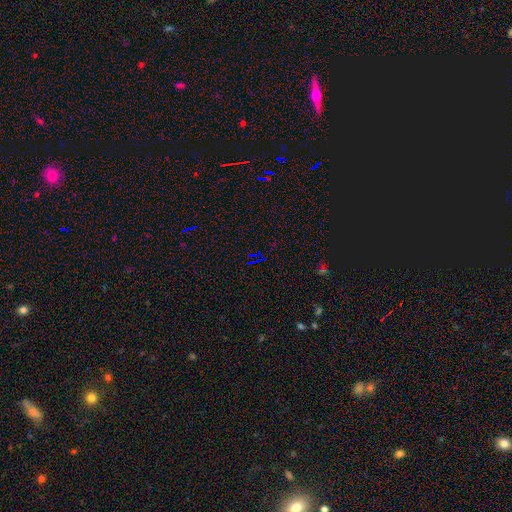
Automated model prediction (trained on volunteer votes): This is likely a star or artifact rather than a galaxy (76%).